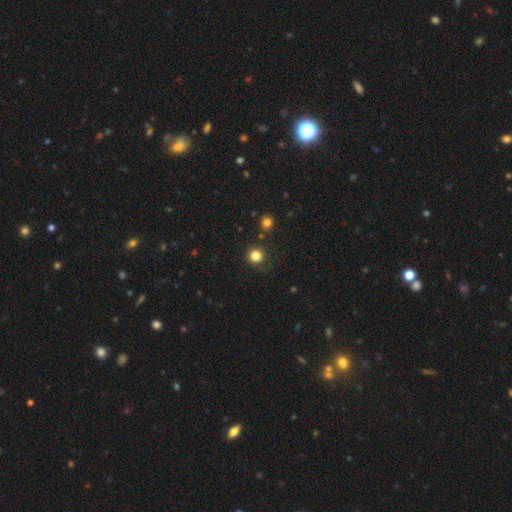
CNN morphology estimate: Q: Smooth or featured?
A: smooth (82%); runner-up: star or artifact (14%)
Q: How rounded?
A: round (94%); runner-up: in between (5%)
Q: Merging?
A: none (85%); runner-up: minor disturbance (9%)